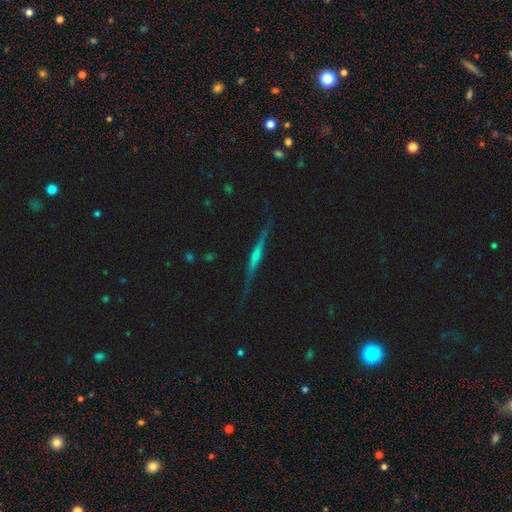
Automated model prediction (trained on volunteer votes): Smooth or featured?
  - featured or disk: 71% *
  - smooth: 21%
  - star or artifact: 8%
Edge-on disk?
  - yes: 97% *
  - no: 3%
Edge-on bulge?
  - rounded: 50% *
  - none: 33%
  - boxy: 17%
Merging?
  - none: 83% *
  - minor disturbance: 13%
  - major disturbance: 3%
  - merger: 2%